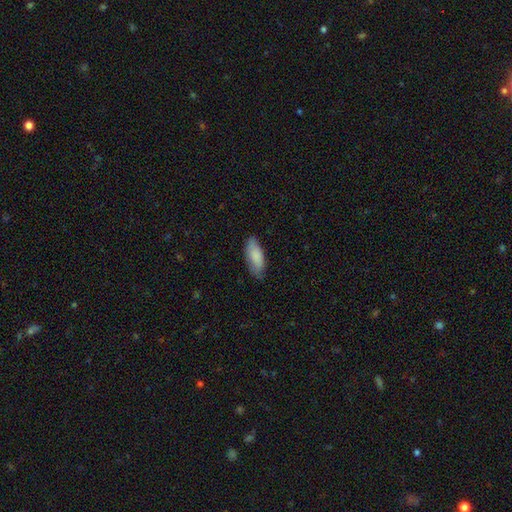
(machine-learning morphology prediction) Overall: smooth (83%). How rounded: in between (78%). Merging: none (72%).